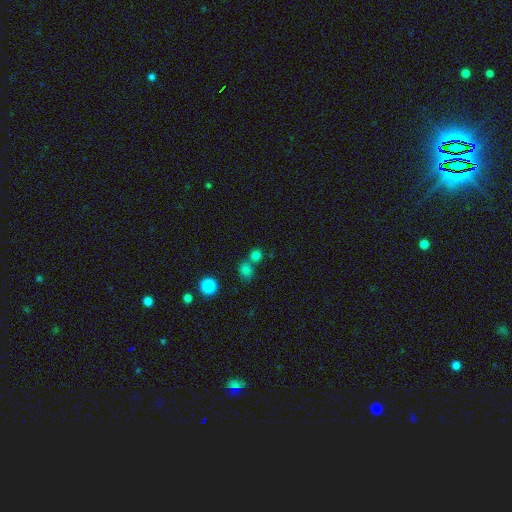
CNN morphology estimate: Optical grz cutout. It shows a smooth galaxy with no disk features (74%) that is round (84%). Merging: none (57%).